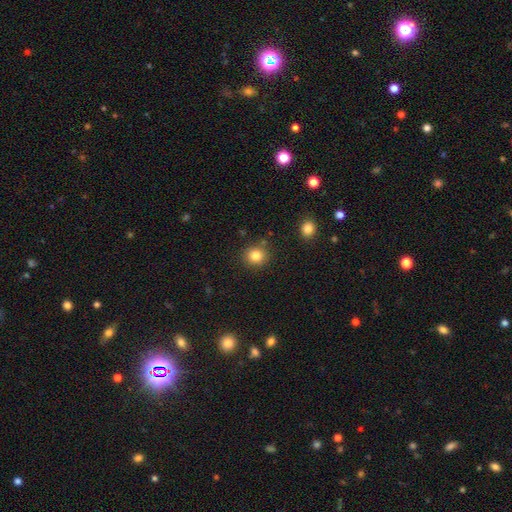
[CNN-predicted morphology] Overall: smooth (83%). How rounded: round (87%). Merging: none (84%).